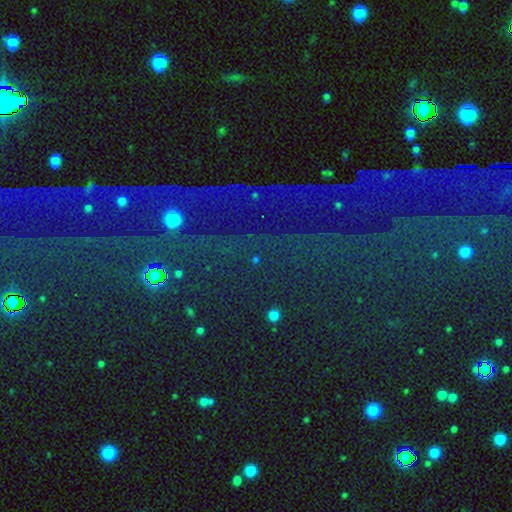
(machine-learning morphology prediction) star or artifact 82%, smooth 9%, featured or disk 9%.